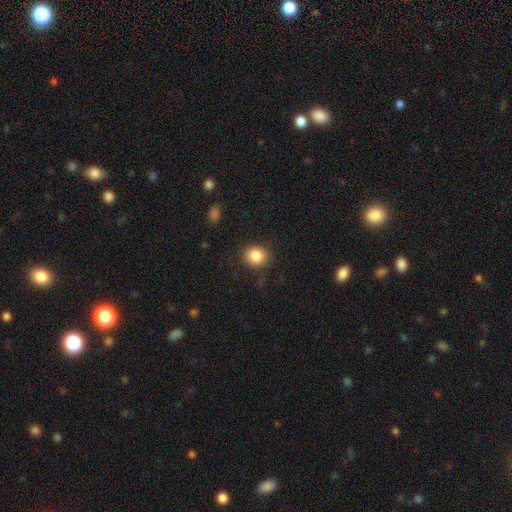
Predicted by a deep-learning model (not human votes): This is clearly a smooth galaxy (85%). How rounded: likely round (78%). Merging: clearly none (84%).